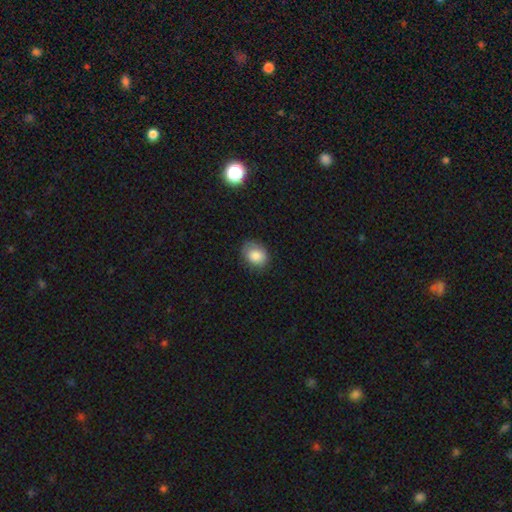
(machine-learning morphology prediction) smooth 83%, star or artifact 8%, featured or disk 8%. Down the decision tree: how rounded — in between (52%); merging — none (71%).